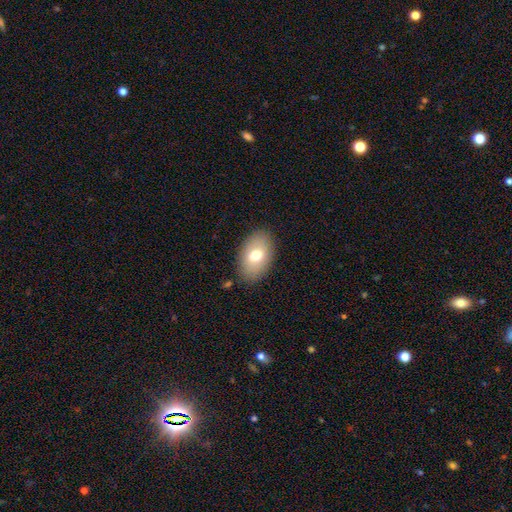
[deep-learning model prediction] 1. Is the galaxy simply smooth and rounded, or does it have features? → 72% smooth, 20% featured or disk, 8% star or artifact.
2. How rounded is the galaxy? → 91% in between, 8% round, 1% cigar-shaped.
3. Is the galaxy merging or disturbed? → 85% none, 10% minor disturbance, 3% major disturbance, 1% merger.